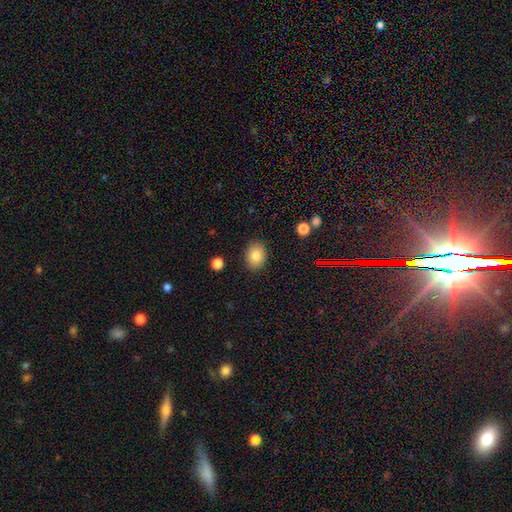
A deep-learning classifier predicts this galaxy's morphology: This is clearly a smooth galaxy (84%). How rounded: possibly in between (58%). Merging: clearly none (88%).